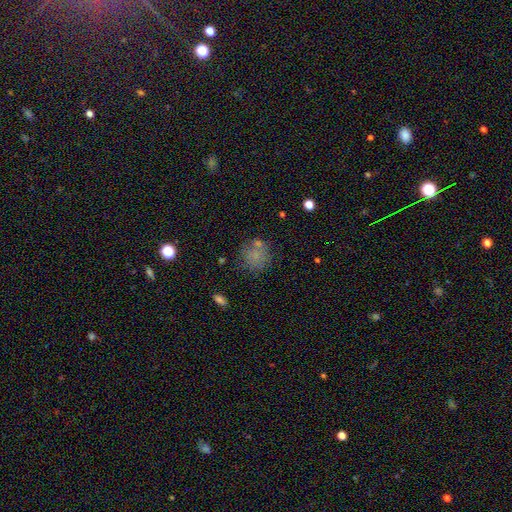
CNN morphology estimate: Smooth or featured?
  - smooth: 66% *
  - featured or disk: 17%
  - star or artifact: 16%
How rounded?
  - round: 86% *
  - in between: 13%
  - cigar-shaped: 1%
Merging?
  - none: 65% *
  - minor disturbance: 17%
  - merger: 10%
  - major disturbance: 8%